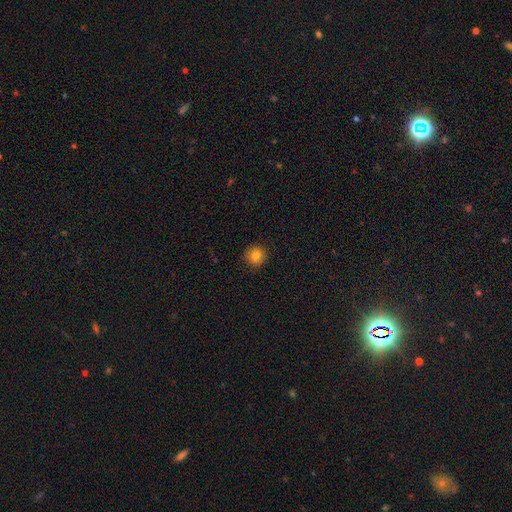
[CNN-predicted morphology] type=smooth (81%); roundness=round (93%); merging=none (91%).